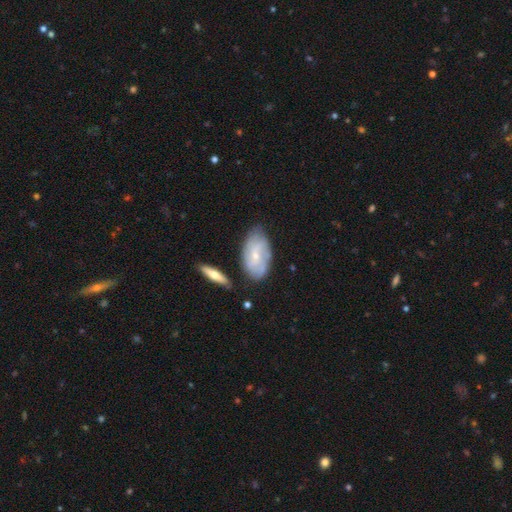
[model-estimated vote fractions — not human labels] smooth_or_featured: featured or disk (p=0.64) [alt: smooth p=0.29]
disk_edge_on: no (p=0.92) [alt: yes p=0.08]
bar: no (p=0.58) [alt: weak p=0.35]
has_spiral_arms: yes (p=0.81) [alt: no p=0.19]
bulge_size: small (p=0.72) [alt: moderate p=0.24]
merging: none (p=0.68) [alt: minor disturbance p=0.21]